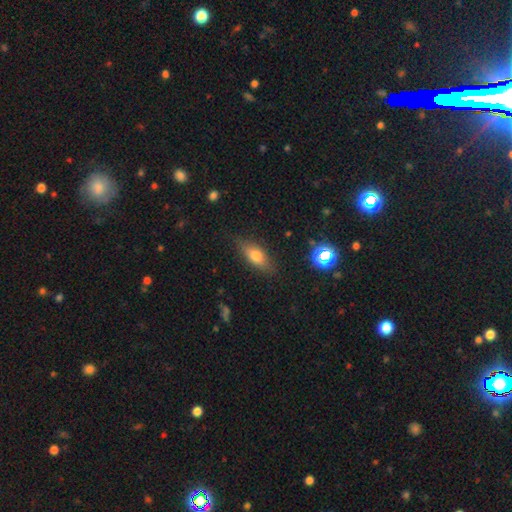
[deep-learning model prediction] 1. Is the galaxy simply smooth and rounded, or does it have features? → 69% smooth, 20% featured or disk, 10% star or artifact.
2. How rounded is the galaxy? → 74% in between, 21% cigar-shaped, 5% round.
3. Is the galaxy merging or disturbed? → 81% none, 14% minor disturbance, 3% major disturbance, 2% merger.